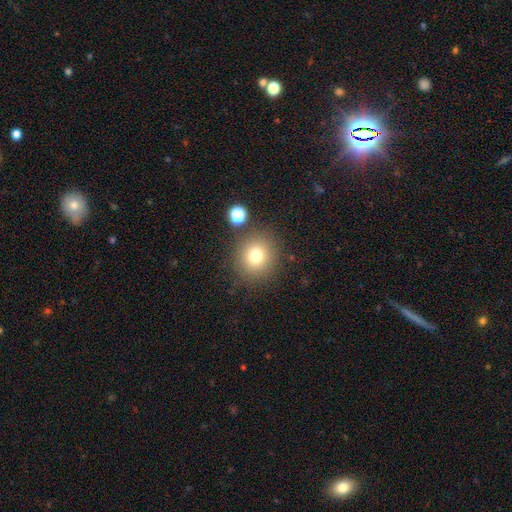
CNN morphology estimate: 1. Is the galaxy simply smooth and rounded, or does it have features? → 76% smooth, 15% star or artifact, 10% featured or disk.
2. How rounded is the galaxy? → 88% round, 11% in between, 1% cigar-shaped.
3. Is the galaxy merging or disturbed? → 83% none, 9% minor disturbance, 5% merger, 4% major disturbance.